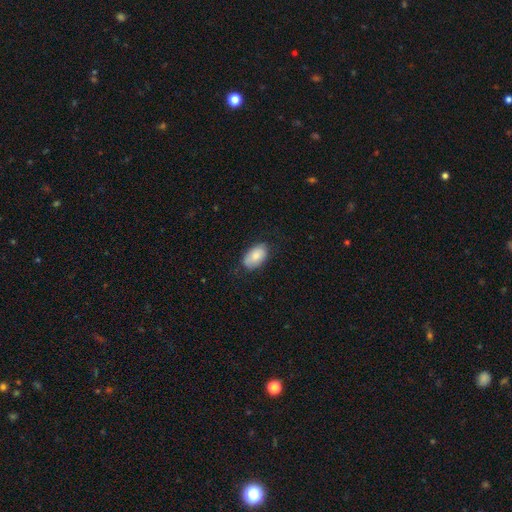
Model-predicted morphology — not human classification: smooth_or_featured: smooth (p=0.83) [alt: featured or disk p=0.11]
how_rounded: in between (p=0.93) [alt: round p=0.06]
merging: none (p=0.74) [alt: minor disturbance p=0.20]